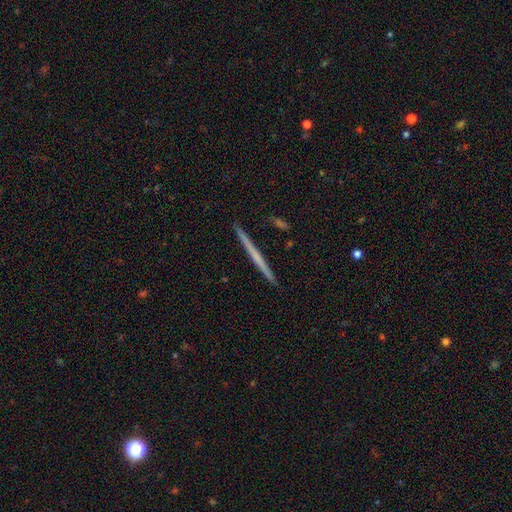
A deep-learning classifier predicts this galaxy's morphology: type=featured or disk (57%); edge-on=yes (98%); edge-on bulge=none (84%); merging=none (93%).